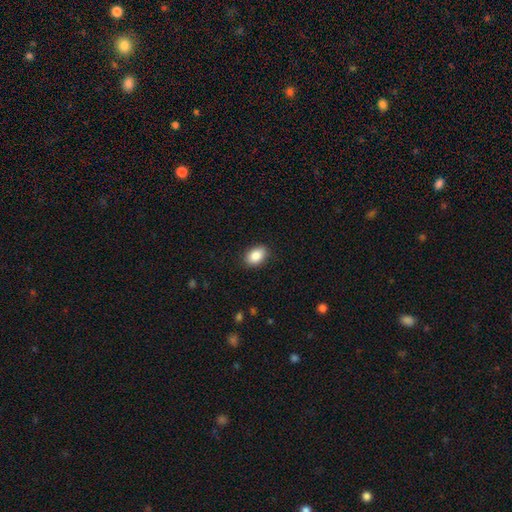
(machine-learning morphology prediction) Smooth or featured? smooth (88%)
How rounded? in between (84%)
Merging? none (88%)